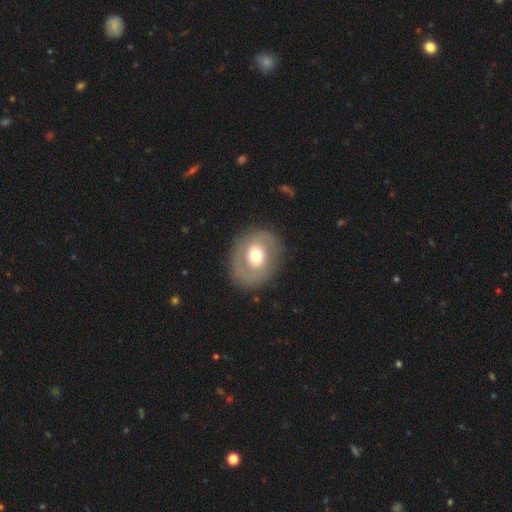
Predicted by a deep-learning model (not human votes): Smooth or featured? smooth (53%)
How rounded? round (60%)
Merging? none (82%)